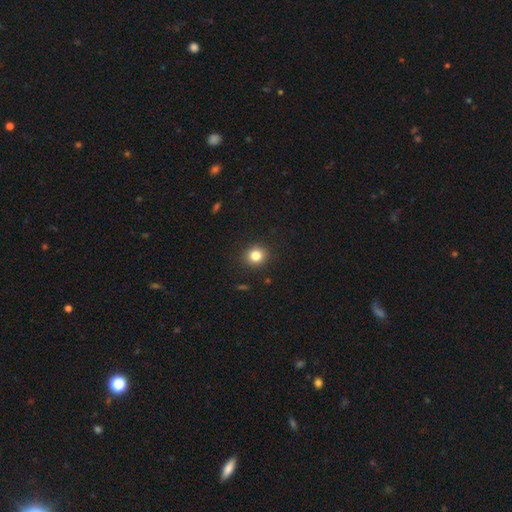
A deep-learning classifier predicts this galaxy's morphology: smooth-or-featured: smooth: 82% | star or artifact: 11% | featured or disk: 6%
  how-rounded: round: 86% | in between: 13% | cigar-shaped: 1%
  merging: none: 91% | minor disturbance: 6% | major disturbance: 2% | merger: 1%